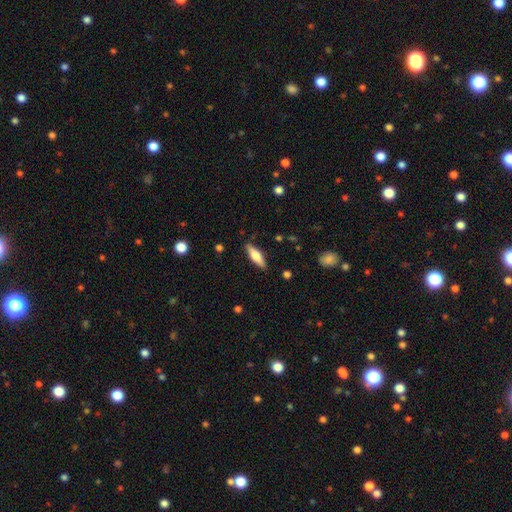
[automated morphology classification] This is possibly a smooth galaxy (59%). How rounded: possibly cigar-shaped (53%). Merging: clearly none (88%).